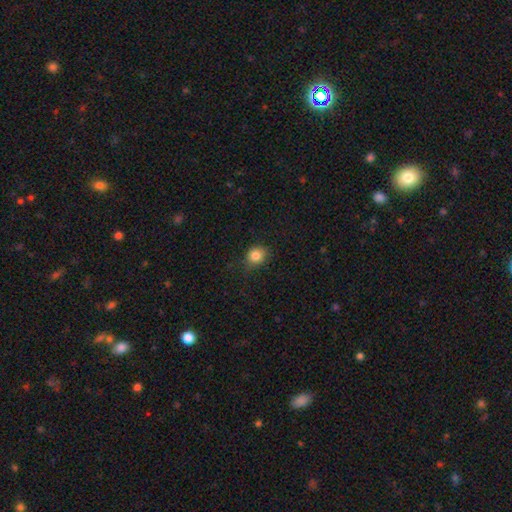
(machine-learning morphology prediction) Smooth or featured? smooth (84%)
How rounded? round (76%)
Merging? none (78%)